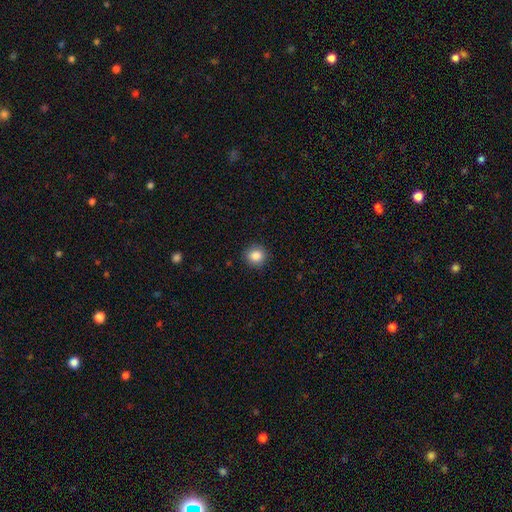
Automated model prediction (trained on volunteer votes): Q: Smooth or featured?
A: smooth (87%); runner-up: star or artifact (9%)
Q: How rounded?
A: round (87%); runner-up: in between (12%)
Q: Merging?
A: none (90%); runner-up: minor disturbance (7%)